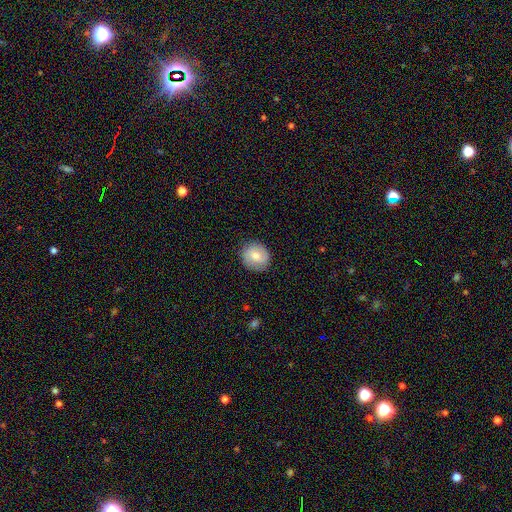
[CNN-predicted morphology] This is likely a smooth galaxy (69%). How rounded: clearly round (83%). Merging: clearly none (86%).